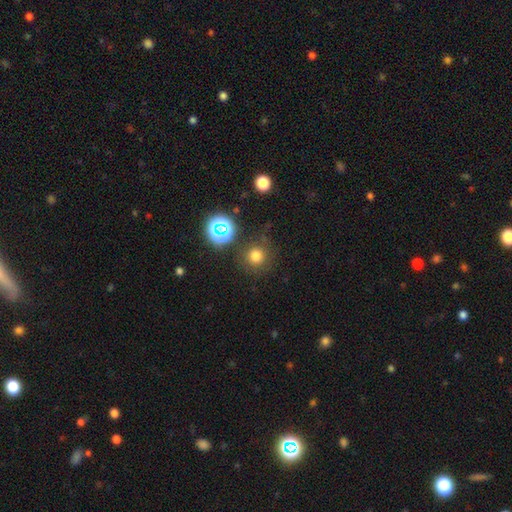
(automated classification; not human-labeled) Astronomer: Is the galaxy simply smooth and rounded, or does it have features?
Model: smooth — 73%.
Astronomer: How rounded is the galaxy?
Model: round — 93%.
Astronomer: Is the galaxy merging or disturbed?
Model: none — 81%.